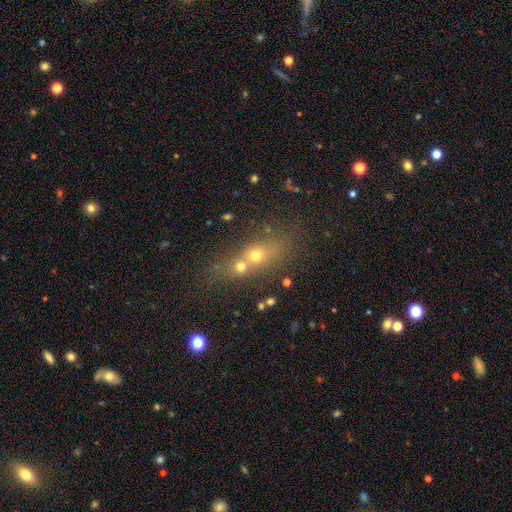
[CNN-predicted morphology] type=smooth (54%); roundness=in between (42%); merging=merger (53%).